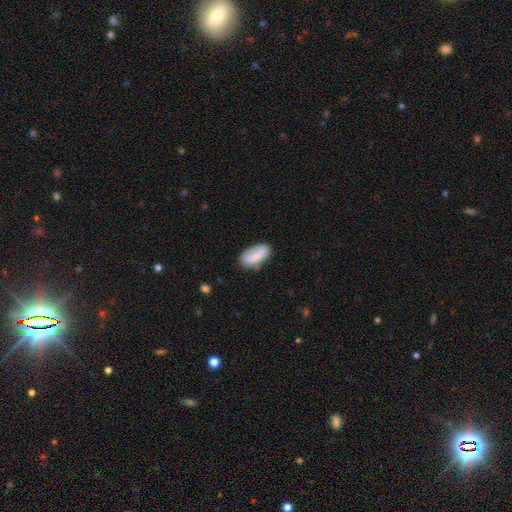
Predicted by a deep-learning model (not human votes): Smooth or featured: smooth — 77% (featured or disk — 16%)
How rounded: in between — 93% (cigar-shaped — 4%)
Merging: none — 71% (minor disturbance — 21%)